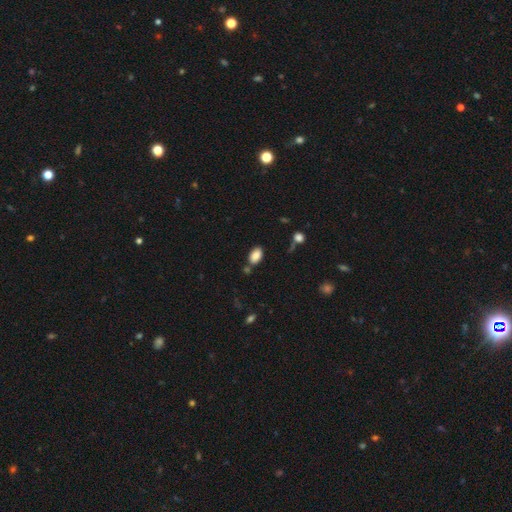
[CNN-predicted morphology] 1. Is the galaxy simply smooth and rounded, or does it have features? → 87% smooth, 8% star or artifact, 5% featured or disk.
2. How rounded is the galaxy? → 92% in between, 6% round, 2% cigar-shaped.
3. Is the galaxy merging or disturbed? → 75% none, 13% minor disturbance, 9% merger, 3% major disturbance.